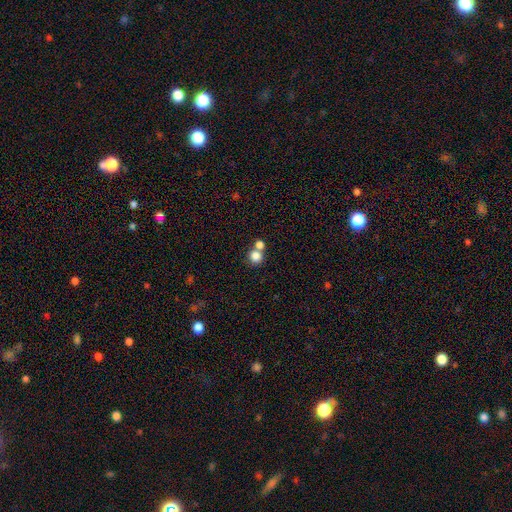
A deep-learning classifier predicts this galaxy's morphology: A smooth galaxy with no disk features (81%) that is round (89%).

Vote fractions:
- Smooth or featured? smooth: 81% / star or artifact: 11% / featured or disk: 7%
- How rounded? round: 89% / in between: 10% / cigar-shaped: 1%
- Merging? none: 53% / merger: 38% / minor disturbance: 6% / major disturbance: 3%